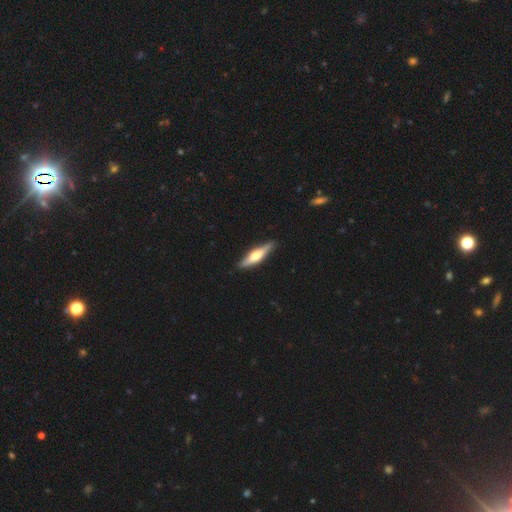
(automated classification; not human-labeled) Morphology: type=featured or disk (60%); edge-on=yes (95%); edge-on bulge=rounded (90%); merging=none (89%).